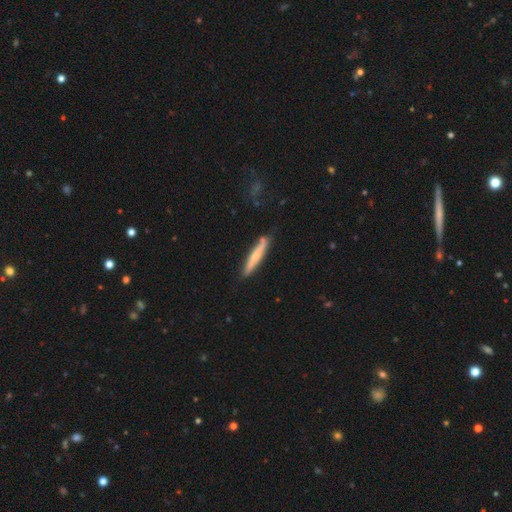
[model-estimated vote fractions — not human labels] A smooth galaxy with no disk features (54%) that is cigar-shaped (93%). Merging: none (82%).